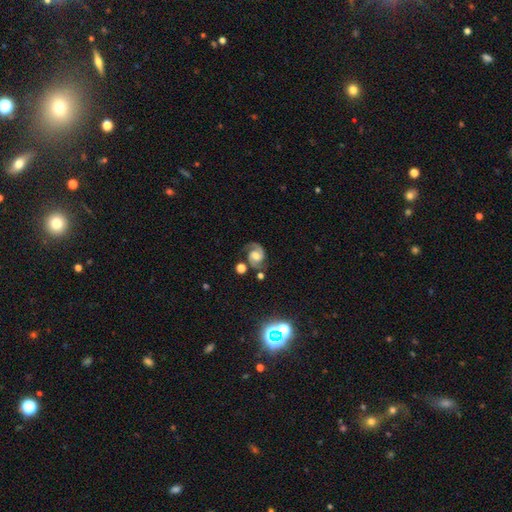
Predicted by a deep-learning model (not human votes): smooth-or-featured: featured or disk: 84% | smooth: 8% | star or artifact: 8%
  disk-edge-on: no: 98% | yes: 2%
    bar: no: 46% | weak: 41% | strong: 13%
    has-spiral-arms: yes: 97% | no: 3%
      spiral-winding: medium: 57% | tight: 27% | loose: 16%
      spiral-arm-count: 2: 88% | 1: 6% | can't tell: 3% | 3: 1% | 4: 1% | more than 4: 1%
    bulge-size: moderate: 58% | small: 22% | large: 13% | none: 6% | dominant: 2%
  merging: none: 71% | minor disturbance: 16% | major disturbance: 7% | merger: 6%